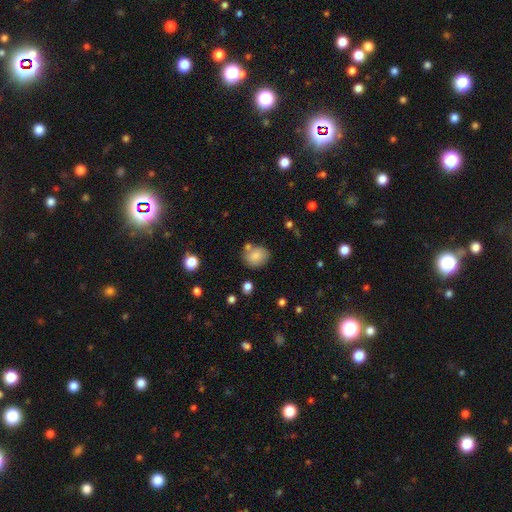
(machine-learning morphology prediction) smooth_or_featured: smooth (p=0.83) [alt: star or artifact p=0.09]
how_rounded: round (p=0.62) [alt: in between p=0.37]
merging: none (p=0.69) [alt: minor disturbance p=0.14]